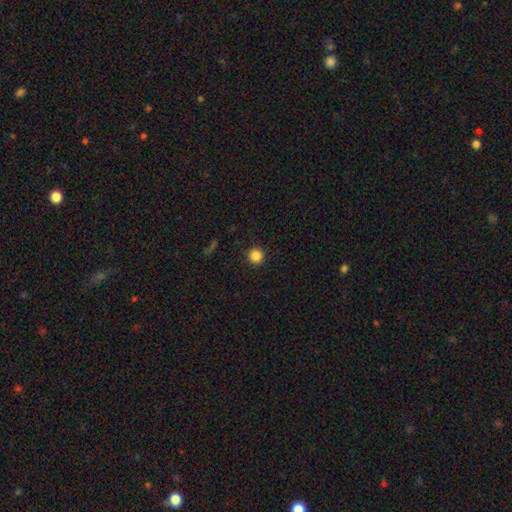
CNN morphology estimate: Smooth or featured: smooth — 86% (star or artifact — 11%)
How rounded: round — 95% (in between — 4%)
Merging: none — 92% (minor disturbance — 5%)